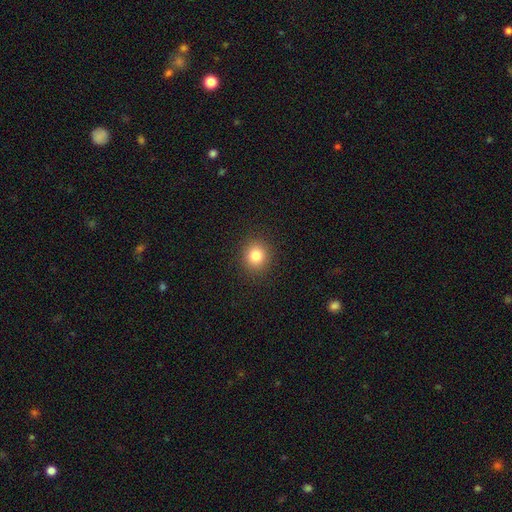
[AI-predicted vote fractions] Morphology: type=smooth (82%); roundness=round (86%); merging=none (91%).